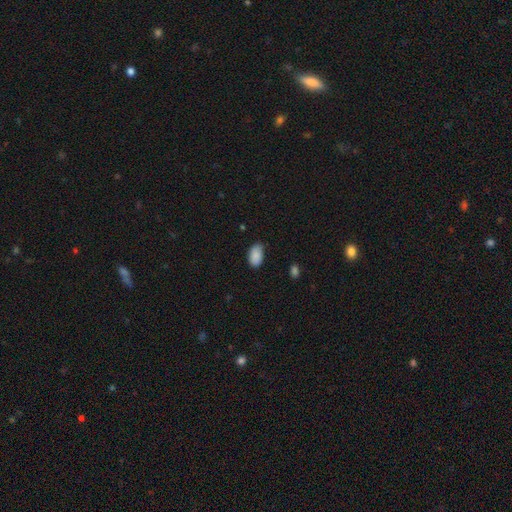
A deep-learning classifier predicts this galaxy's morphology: Overall: smooth (89%). How rounded: in between (93%). Merging: none (76%).